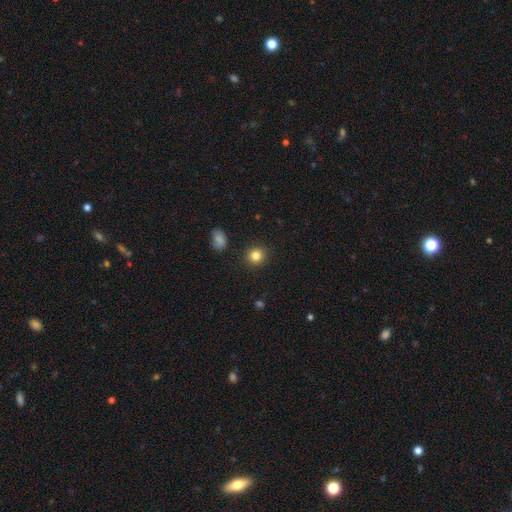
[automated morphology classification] A smooth galaxy with no disk features (83%) that is round (89%). Merging: none (91%).